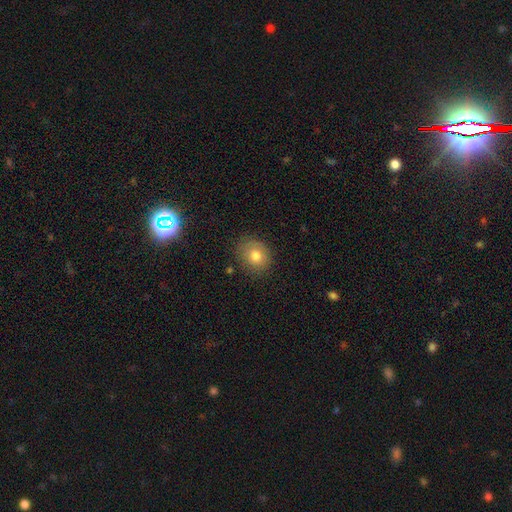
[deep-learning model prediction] This appears to be a smooth galaxy with no disk features (76%) that is round (66%). Merging: none (79%).